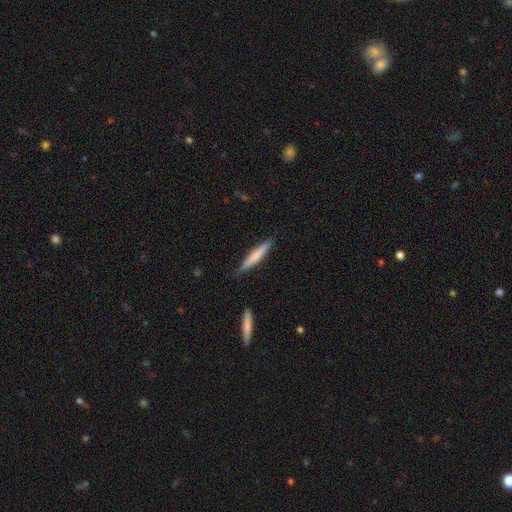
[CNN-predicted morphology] type=smooth (68%); roundness=cigar-shaped (93%); merging=none (86%).